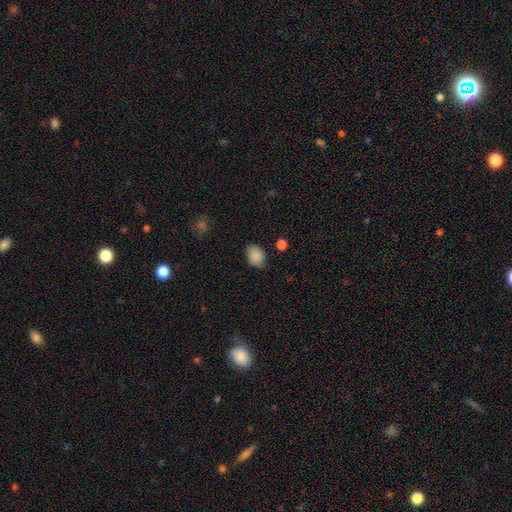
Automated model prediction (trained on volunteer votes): Morphology: type=smooth (88%); roundness=in between (79%); merging=none (78%).